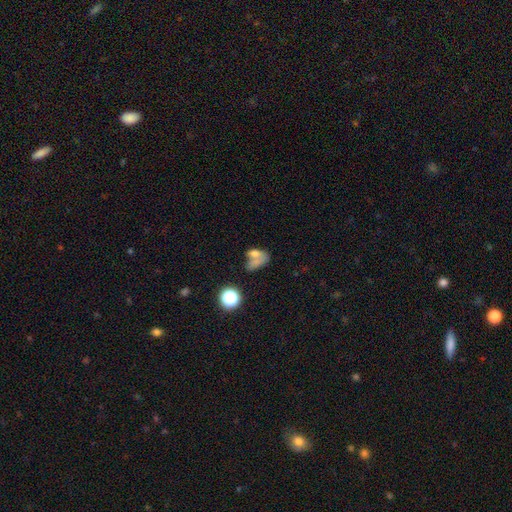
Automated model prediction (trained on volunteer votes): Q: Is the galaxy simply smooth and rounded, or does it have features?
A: smooth — 64%.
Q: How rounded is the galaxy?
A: in between — 75%.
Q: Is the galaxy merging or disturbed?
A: merger — 47%.